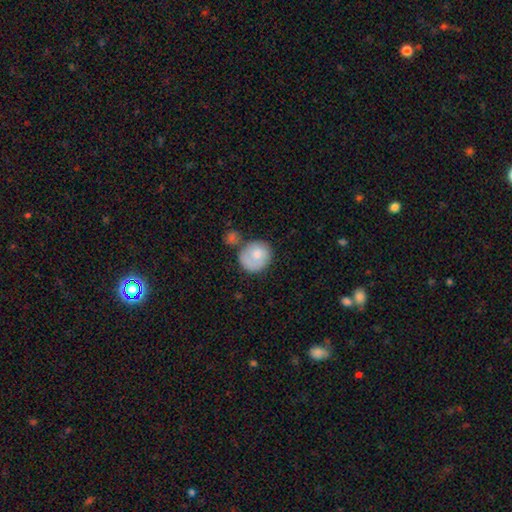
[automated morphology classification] This is likely a smooth galaxy (76%). How rounded: clearly round (83%). Merging: possibly none (52%).